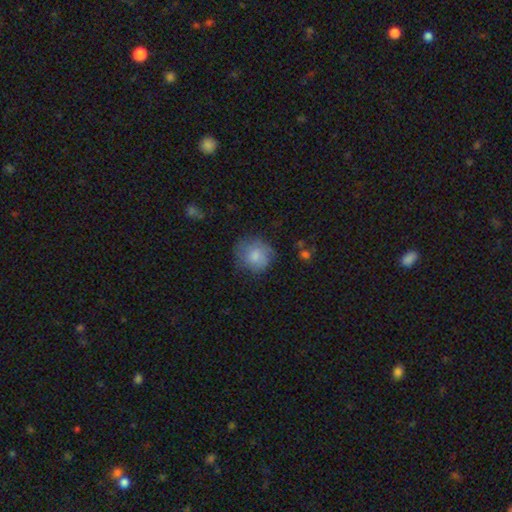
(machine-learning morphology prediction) A smooth galaxy with no disk features (72%) that is round (84%). Merging: none (67%).